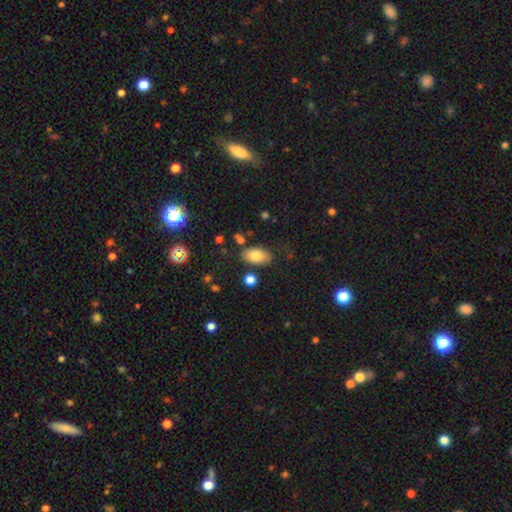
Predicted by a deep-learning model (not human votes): Q: Smooth or featured?
A: smooth (78%); runner-up: featured or disk (13%)
Q: How rounded?
A: in between (91%); runner-up: round (7%)
Q: Merging?
A: none (78%); runner-up: minor disturbance (14%)